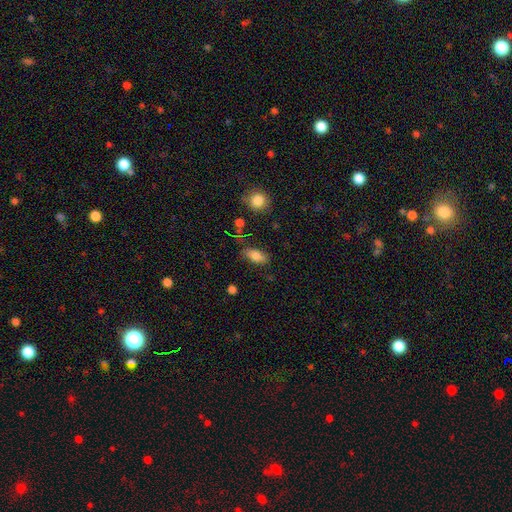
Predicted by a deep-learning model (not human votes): smooth_or_featured: smooth (p=0.80) [alt: featured or disk p=0.12]
how_rounded: in between (p=0.84) [alt: cigar-shaped p=0.11]
merging: none (p=0.74) [alt: minor disturbance p=0.18]